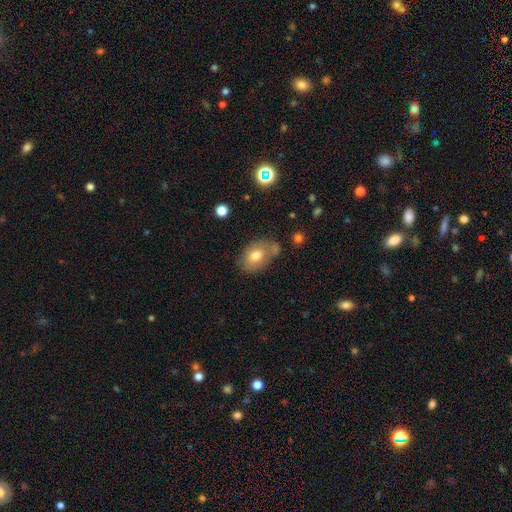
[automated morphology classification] type=smooth (73%); roundness=in between (79%); merging=none (58%).